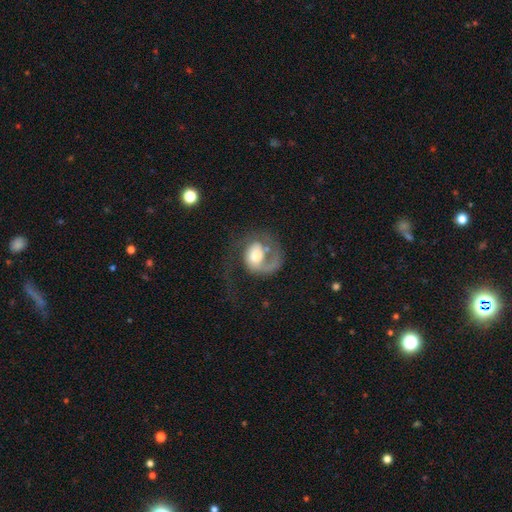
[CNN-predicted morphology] A featured or disk galaxy (78%) with no bar (69%), 1 (81%) medium (39%) spiral arms (93%) and a moderate central bulge (43%).

Vote fractions:
- Smooth or featured? featured or disk: 78% / smooth: 17% / star or artifact: 6%
- Edge-on disk? no: 98% / yes: 2%
- Bar? no: 69% / weak: 25% / strong: 6%
- Spiral arms? yes: 93% / no: 7%
- Spiral winding? medium: 39% / loose: 37% / tight: 24%
- Spiral arm count? 1: 81% / 2: 12% / can't tell: 3% / 3: 2% / 4: 1% / more than 4: 1%
- Bulge size? moderate: 43% / large: 34% / small: 13% / dominant: 7% / none: 4%
- Merging? major disturbance: 41% (tied) / none: 41% (tied) / minor disturbance: 14% / merger: 4%